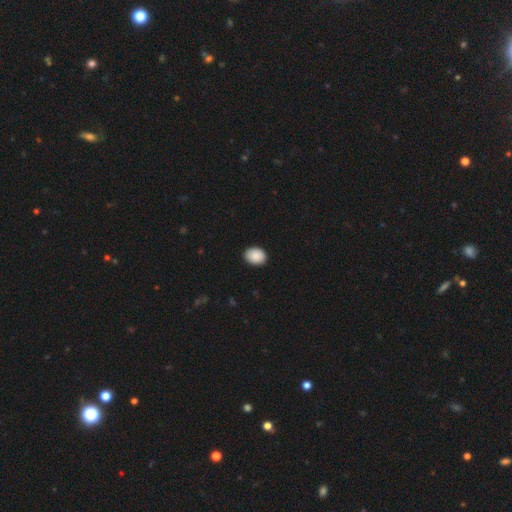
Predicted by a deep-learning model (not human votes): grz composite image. It shows a smooth galaxy with no disk features (90%) that is in between round and cigar-shaped (70%). Merging: none (90%).